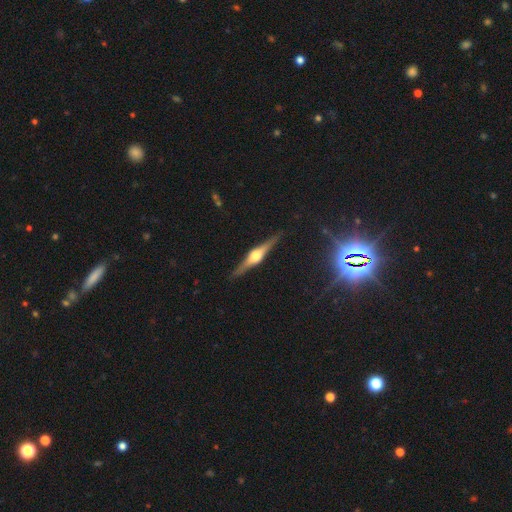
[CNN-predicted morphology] Smooth or featured?
  - featured or disk: 82% *
  - smooth: 12%
  - star or artifact: 6%
Edge-on disk?
  - yes: 98% *
  - no: 2%
Edge-on bulge?
  - rounded: 93% *
  - boxy: 6%
  - none: 2%
Merging?
  - none: 90% *
  - minor disturbance: 7%
  - major disturbance: 2%
  - merger: 1%